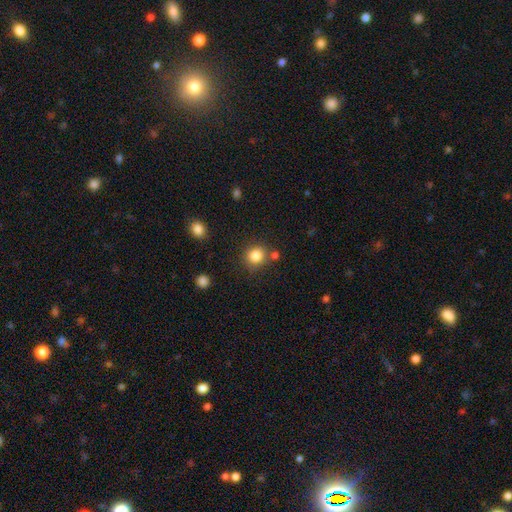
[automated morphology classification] smooth-or-featured: smooth: 84% | star or artifact: 11% | featured or disk: 5%
  how-rounded: round: 87% | in between: 12% | cigar-shaped: 1%
  merging: none: 78% | minor disturbance: 9% | merger: 9% | major disturbance: 3%